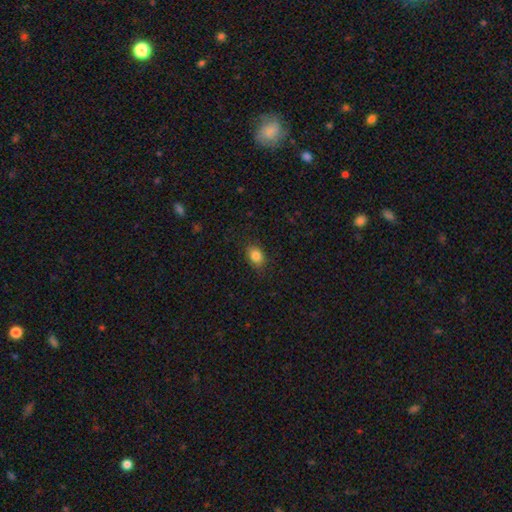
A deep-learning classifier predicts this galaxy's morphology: A smooth galaxy with no disk features (84%) that is in between round and cigar-shaped (69%).

Vote fractions:
- Smooth or featured? smooth: 84% / star or artifact: 10% / featured or disk: 6%
- How rounded? in between: 69% / round: 30% / cigar-shaped: 1%
- Merging? none: 85% / minor disturbance: 11% / major disturbance: 3% / merger: 1%